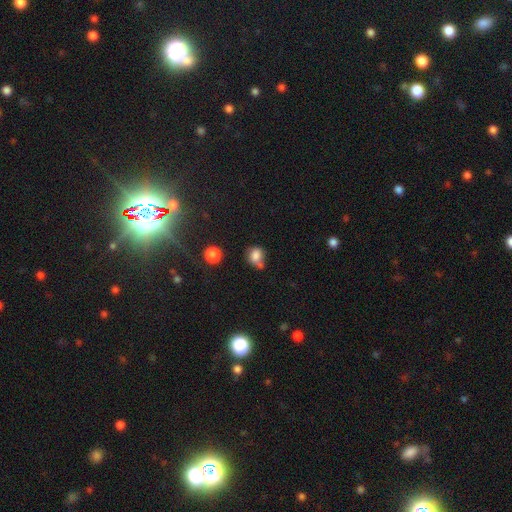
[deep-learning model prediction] Smooth or featured? smooth (79%)
How rounded? round (64%)
Merging? none (48%)